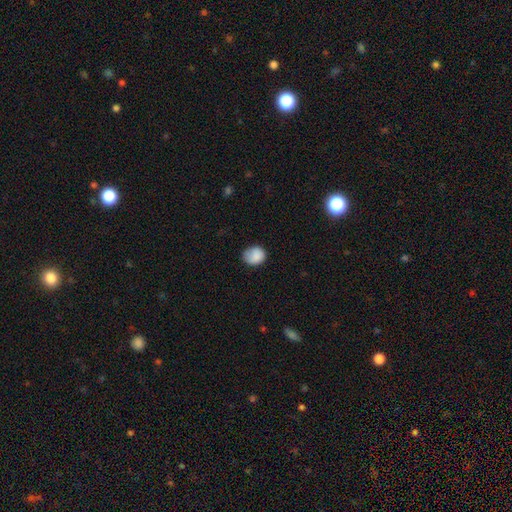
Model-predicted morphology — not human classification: This is clearly a smooth galaxy (84%). How rounded: likely round (66%). Merging: likely none (63%).